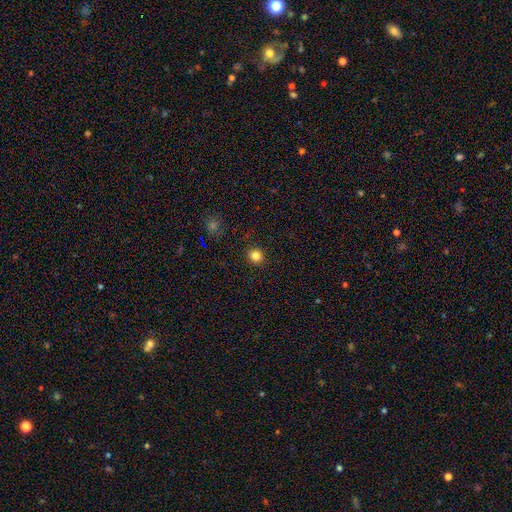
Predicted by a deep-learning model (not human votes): This is clearly a smooth galaxy (82%). How rounded: clearly round (87%). Merging: clearly none (92%).